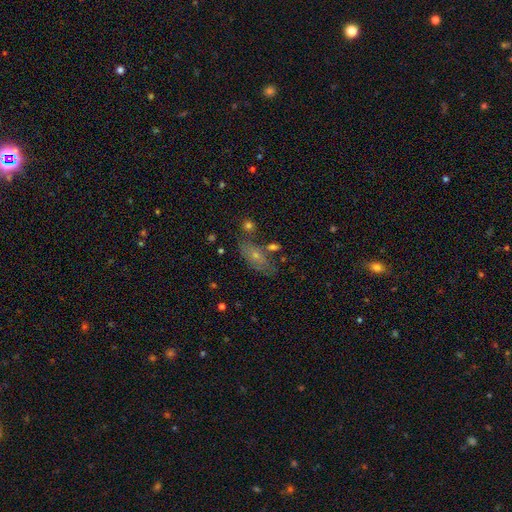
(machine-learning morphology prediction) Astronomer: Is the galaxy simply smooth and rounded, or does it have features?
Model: smooth — 54% (runner-up: featured or disk, 34%).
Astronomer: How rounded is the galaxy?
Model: in between — 76%.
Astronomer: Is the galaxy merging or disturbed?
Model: none — 59%.